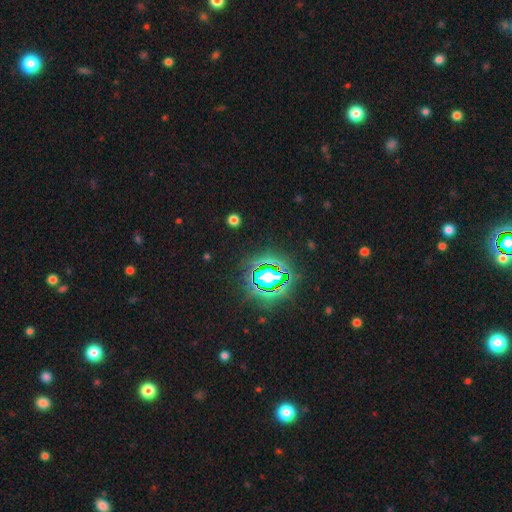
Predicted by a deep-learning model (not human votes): This appears to be a star or artifact, not a galaxy (83%).